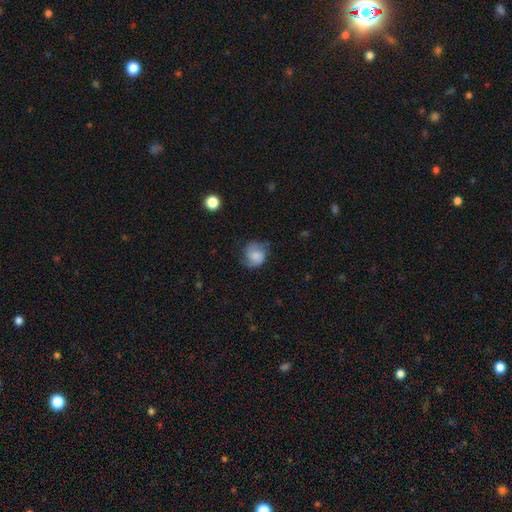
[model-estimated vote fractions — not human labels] Smooth or featured?
  - featured or disk: 48% *
  - smooth: 43%
  - star or artifact: 8%
Merging?
  - none: 61% *
  - minor disturbance: 26%
  - major disturbance: 11%
  - merger: 1%